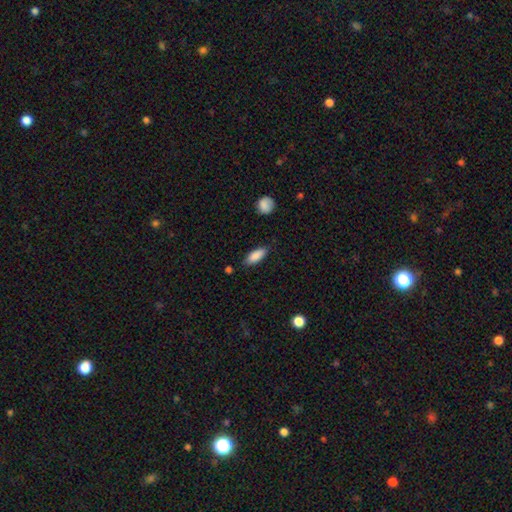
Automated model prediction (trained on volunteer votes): A smooth galaxy with no disk features (87%) that is in between round and cigar-shaped (76%). Merging: none (80%).